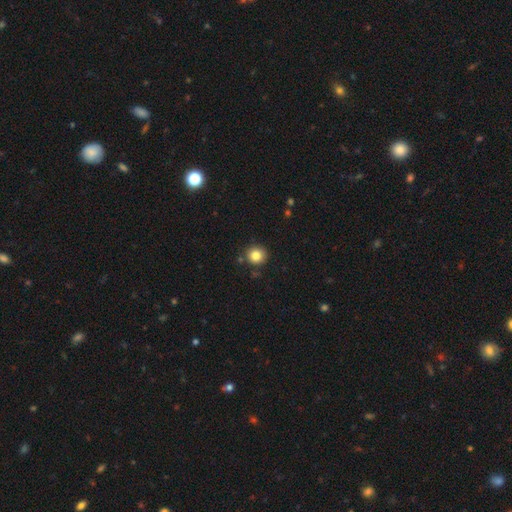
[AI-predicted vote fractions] This is clearly a smooth galaxy (83%). How rounded: clearly round (92%). Merging: clearly none (86%).